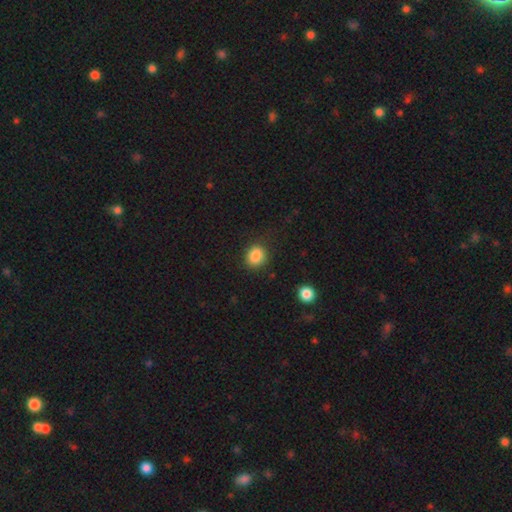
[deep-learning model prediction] Morphology: type=smooth (87%); roundness=round (72%); merging=none (85%).